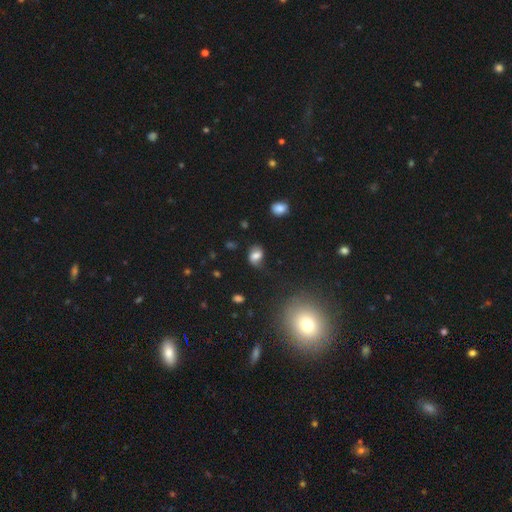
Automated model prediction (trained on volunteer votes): Q: Smooth or featured?
A: smooth (64%); runner-up: featured or disk (25%)
Q: How rounded?
A: in between (70%); runner-up: round (28%)
Q: Merging?
A: none (56%); runner-up: minor disturbance (28%)